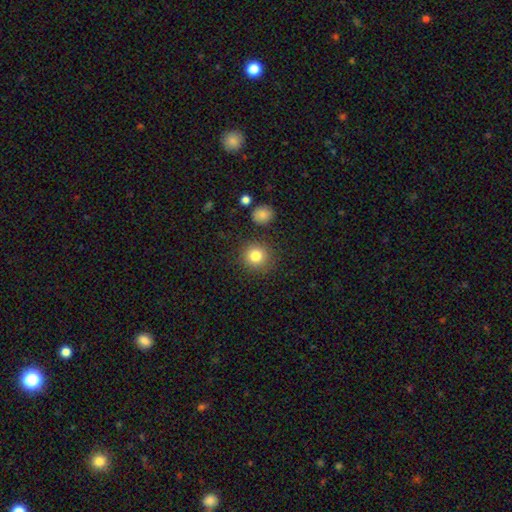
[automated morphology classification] This appears to be a smooth galaxy with no disk features (83%) that is round (91%). Merging: none (86%).